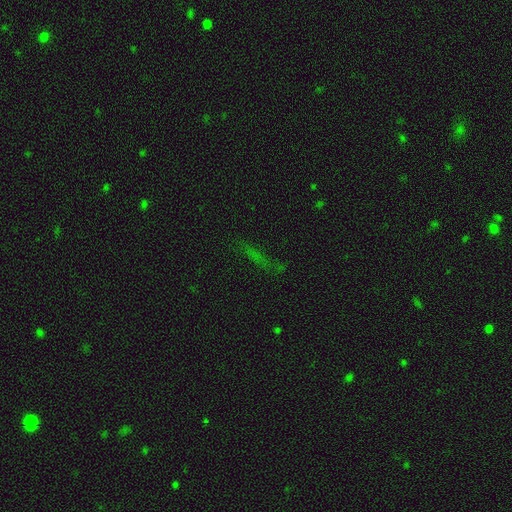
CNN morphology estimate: A star or artifact, not a galaxy (48%).

Vote fractions:
- Smooth or featured? star or artifact: 48% / smooth: 34% / featured or disk: 18%